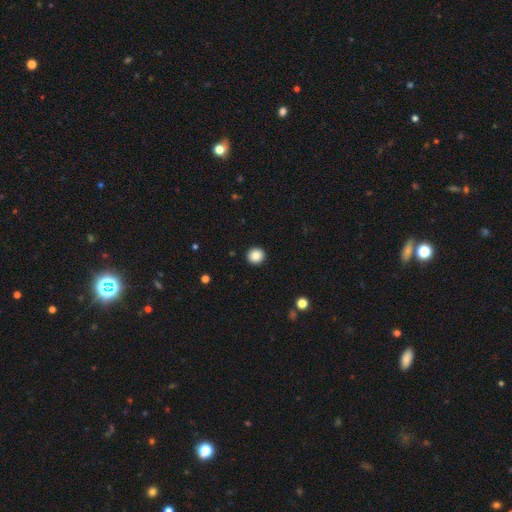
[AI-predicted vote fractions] smooth 87%, star or artifact 9%, featured or disk 4%. Down the decision tree: how rounded — round (94%); merging — none (93%).